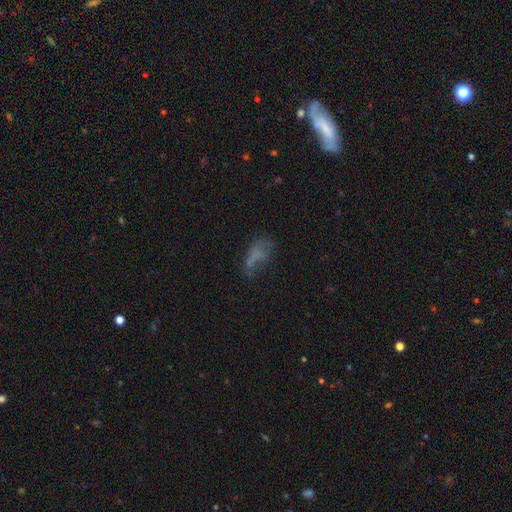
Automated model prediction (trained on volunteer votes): smooth-or-featured: smooth: 51% | featured or disk: 29% | star or artifact: 20%
  how-rounded: in between: 81% | cigar-shaped: 12% | round: 7%
  merging: major disturbance: 36% | none: 35% | minor disturbance: 22% | merger: 7%